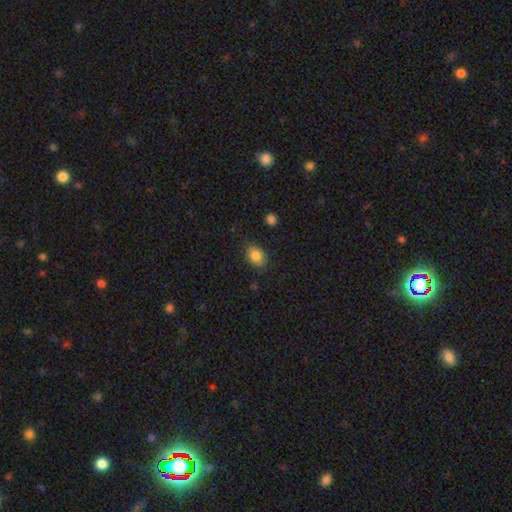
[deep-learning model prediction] The model was most divided on "how rounded": in between: 80%, round: 19%, cigar-shaped: 1%. More confident: smooth or featured — smooth (85%); merging — none (83%).